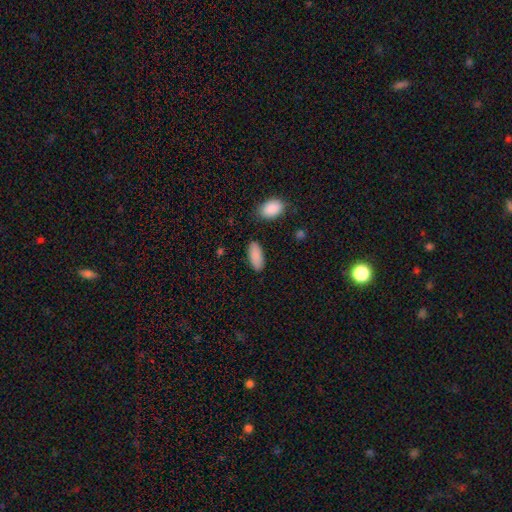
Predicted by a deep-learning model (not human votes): A smooth galaxy with no disk features (89%) that is in between round and cigar-shaped (84%).

Vote fractions:
- Smooth or featured? smooth: 89% / star or artifact: 6% / featured or disk: 5%
- How rounded? in between: 84% / cigar-shaped: 15% / round: 2%
- Merging? none: 86% / minor disturbance: 9% / merger: 3% / major disturbance: 2%